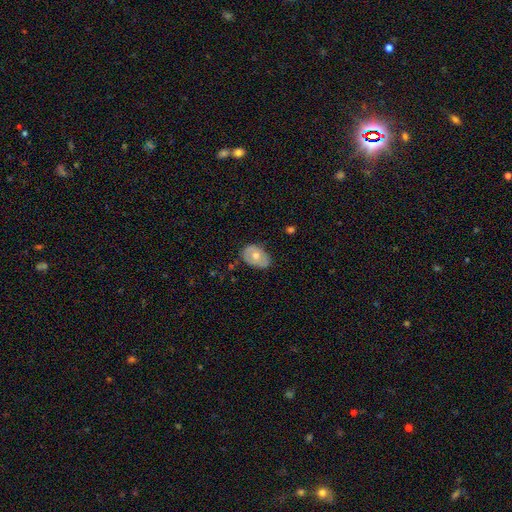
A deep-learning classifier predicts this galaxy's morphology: smooth-or-featured: smooth: 60% | featured or disk: 33% | star or artifact: 7%
  how-rounded: in between: 80% | round: 19% | cigar-shaped: 1%
  merging: none: 60% | minor disturbance: 32% | major disturbance: 7% | merger: 2%